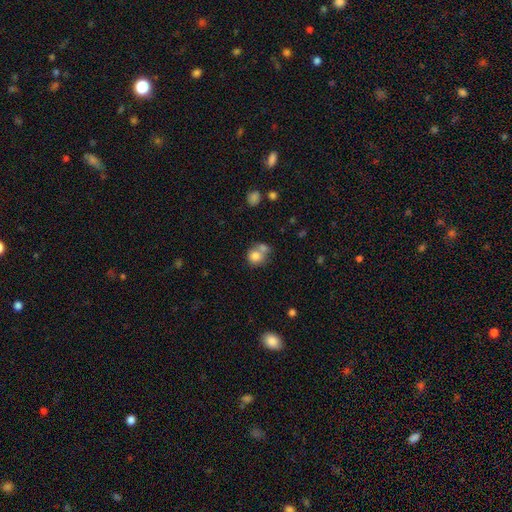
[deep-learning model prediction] This is likely a smooth galaxy (79%). How rounded: likely round (79%). Merging: possibly merger (47%).